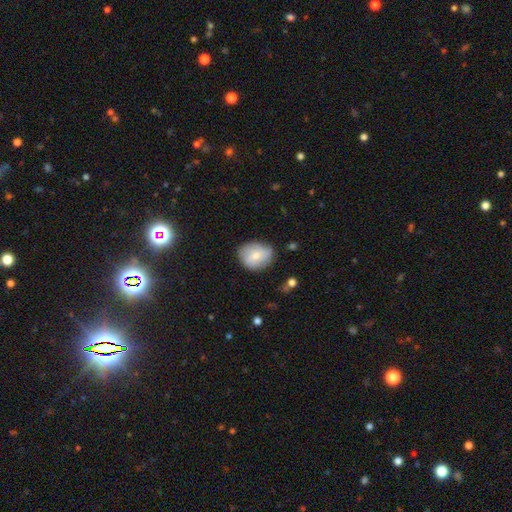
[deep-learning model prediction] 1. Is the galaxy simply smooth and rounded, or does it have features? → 64% smooth, 29% featured or disk, 8% star or artifact.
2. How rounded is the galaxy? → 63% round, 36% in between, 1% cigar-shaped.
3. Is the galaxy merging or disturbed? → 71% none, 22% minor disturbance, 5% major disturbance, 2% merger.